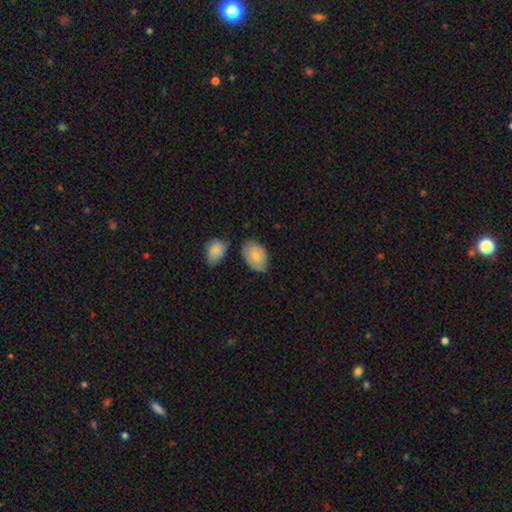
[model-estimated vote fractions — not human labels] Smooth or featured?
  - smooth: 77% *
  - featured or disk: 17%
  - star or artifact: 6%
How rounded?
  - in between: 87% *
  - round: 12%
  - cigar-shaped: 1%
Merging?
  - none: 62% *
  - minor disturbance: 24%
  - merger: 9%
  - major disturbance: 5%